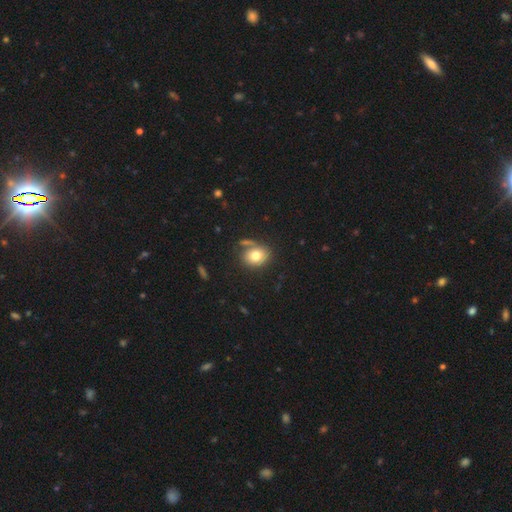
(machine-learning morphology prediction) Smooth or featured?
  - smooth: 76% *
  - featured or disk: 14%
  - star or artifact: 10%
How rounded?
  - round: 54% *
  - in between: 45%
  - cigar-shaped: 1%
Merging?
  - none: 68% *
  - minor disturbance: 14%
  - merger: 11%
  - major disturbance: 6%